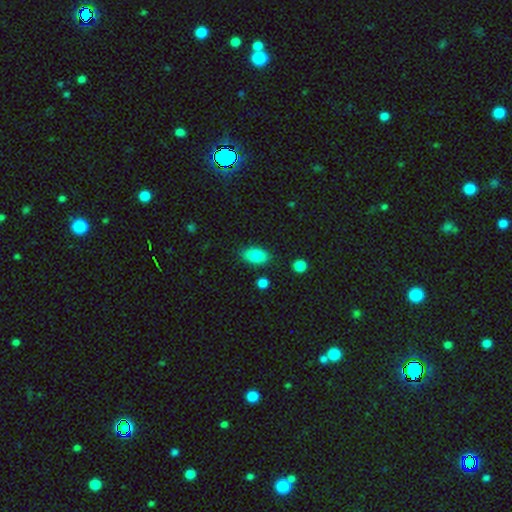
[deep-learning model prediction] Q: Smooth or featured?
A: smooth (84%); runner-up: star or artifact (8%)
Q: How rounded?
A: in between (90%); runner-up: round (7%)
Q: Merging?
A: none (83%); runner-up: minor disturbance (11%)